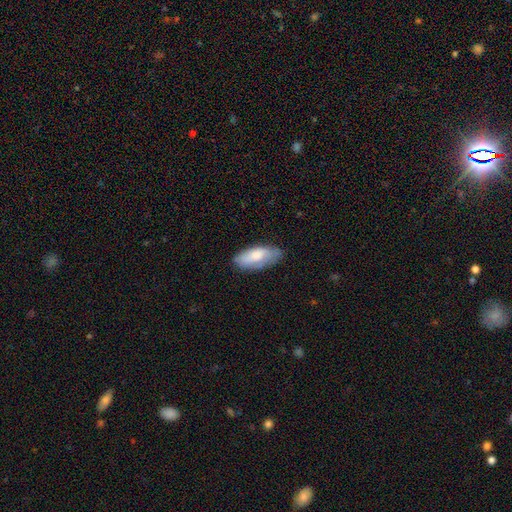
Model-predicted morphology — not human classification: This appears to be a smooth galaxy with no disk features (72%) that is in between round and cigar-shaped (86%). Merging: none (68%).